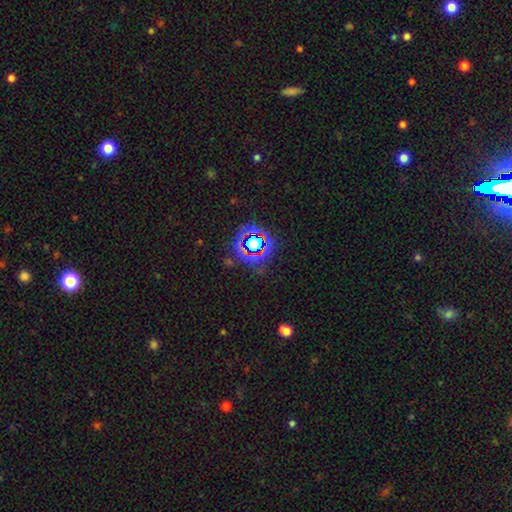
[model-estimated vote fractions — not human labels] Smooth or featured? star or artifact (78%)